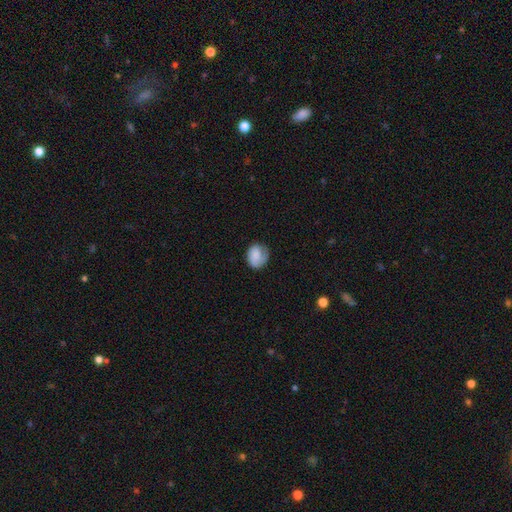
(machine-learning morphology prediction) A smooth galaxy with no disk features (70%) that is round (57%).

Vote fractions:
- Smooth or featured? smooth: 70% / featured or disk: 23% / star or artifact: 7%
- How rounded? round: 57% / in between: 42% / cigar-shaped: 1%
- Merging? none: 60% / minor disturbance: 25% / major disturbance: 13% / merger: 2%